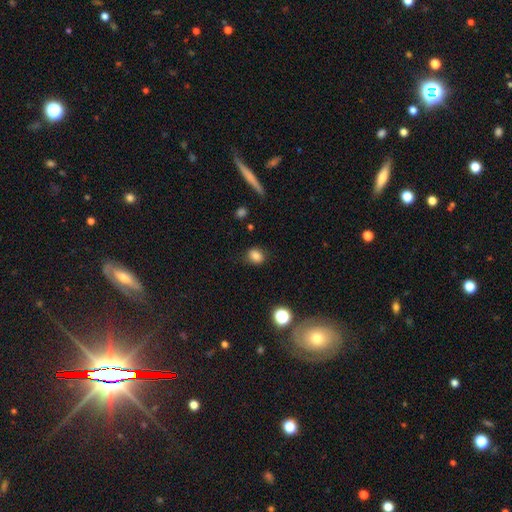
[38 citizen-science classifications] A smooth galaxy with no disk features (92%) that is in between round and cigar-shaped (57%).

Vote fractions:
- Smooth or featured? smooth: 92% / star or artifact: 8% / featured or disk: 0%
- How rounded? in between: 57% / round: 43% / cigar-shaped: 0%
- Merging? none: 94% / minor disturbance: 3% / merger: 3% / major disturbance: 0%